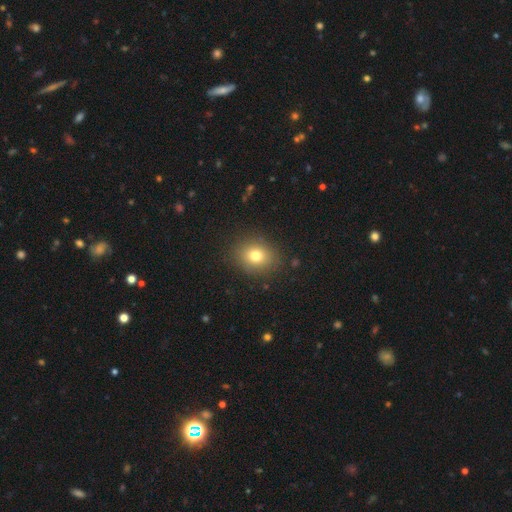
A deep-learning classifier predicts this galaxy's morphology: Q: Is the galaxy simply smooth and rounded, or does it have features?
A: smooth — 77%.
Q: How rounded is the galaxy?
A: round — 64%.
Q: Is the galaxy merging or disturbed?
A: none — 86%.